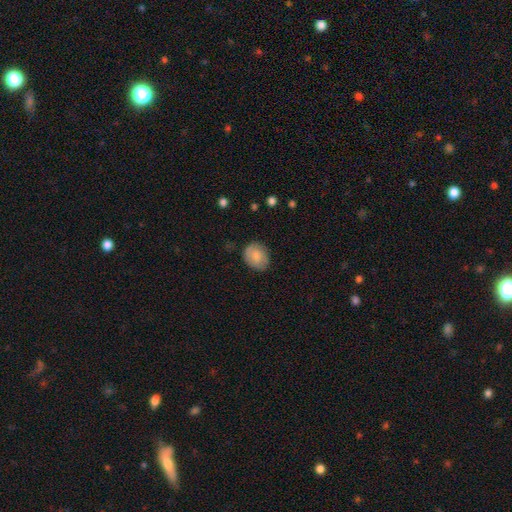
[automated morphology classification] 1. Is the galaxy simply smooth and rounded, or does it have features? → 80% smooth, 13% featured or disk, 7% star or artifact.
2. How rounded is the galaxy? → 56% round, 43% in between, 1% cigar-shaped.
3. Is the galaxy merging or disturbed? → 76% none, 19% minor disturbance, 4% major disturbance, 1% merger.